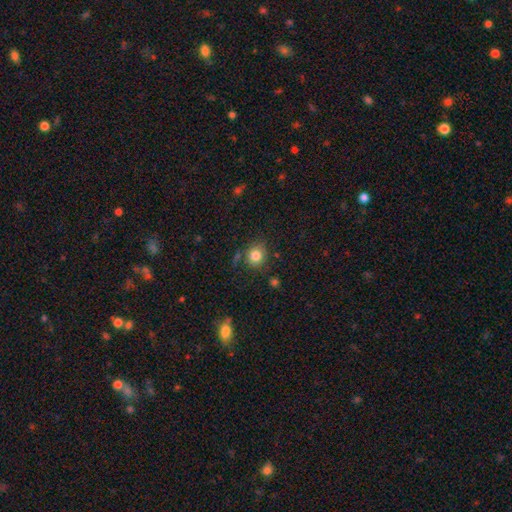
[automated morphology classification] smooth-or-featured: smooth: 82% | star or artifact: 11% | featured or disk: 7%
  how-rounded: round: 79% | in between: 20% | cigar-shaped: 1%
  merging: none: 77% | minor disturbance: 13% | merger: 5% | major disturbance: 4%